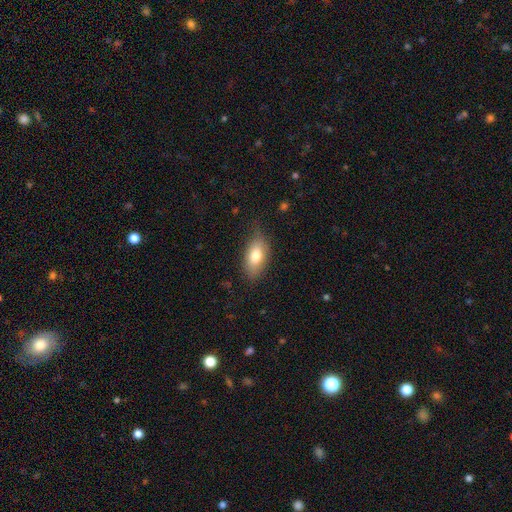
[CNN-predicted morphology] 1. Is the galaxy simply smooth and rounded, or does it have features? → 77% smooth, 15% featured or disk, 7% star or artifact.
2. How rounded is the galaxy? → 88% in between, 6% cigar-shaped, 5% round.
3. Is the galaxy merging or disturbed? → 72% none, 22% minor disturbance, 5% major disturbance, 1% merger.